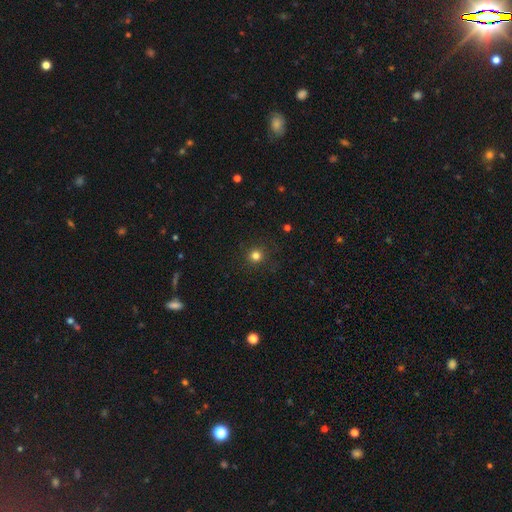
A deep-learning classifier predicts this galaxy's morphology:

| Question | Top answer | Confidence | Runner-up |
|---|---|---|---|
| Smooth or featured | smooth | 79% | star or artifact (16%) |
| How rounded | round | 94% | in between (5%) |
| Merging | none | 90% | minor disturbance (6%) |